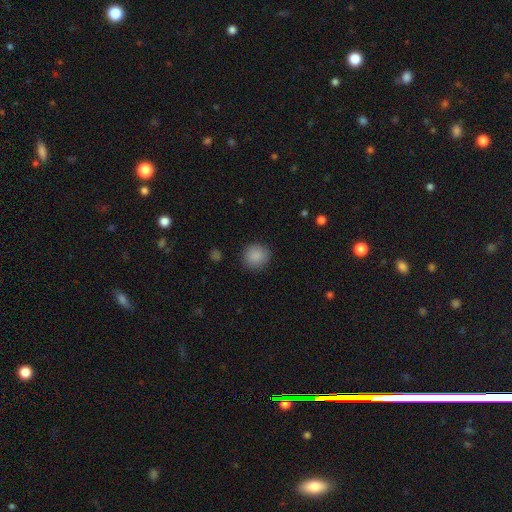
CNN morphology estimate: The model was most divided on "how rounded": round: 88%, in between: 11%, cigar-shaped: 1%. More confident: merging — none (88%); smooth or featured — smooth (88%).